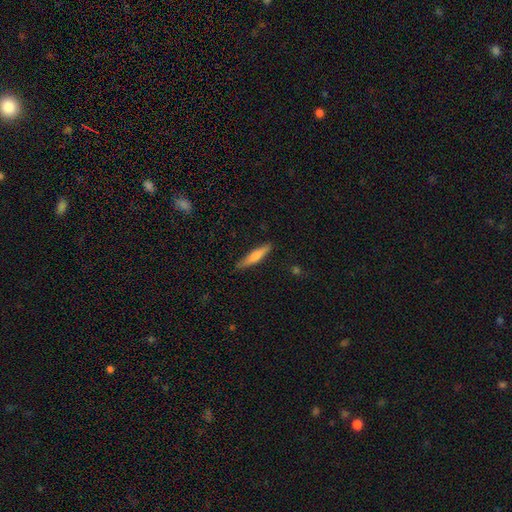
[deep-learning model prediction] The model was most divided on "smooth or featured": smooth: 69%, featured or disk: 25%, star or artifact: 6%. More confident: how rounded — cigar-shaped (87%); merging — none (85%).